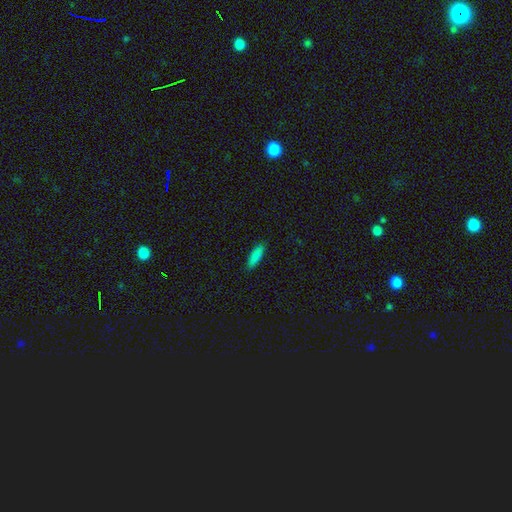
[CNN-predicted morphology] Smooth or featured?
  - smooth: 87% *
  - star or artifact: 7%
  - featured or disk: 5%
How rounded?
  - cigar-shaped: 62% *
  - in between: 37%
  - round: 2%
Merging?
  - none: 88% *
  - minor disturbance: 9%
  - major disturbance: 2%
  - merger: 1%